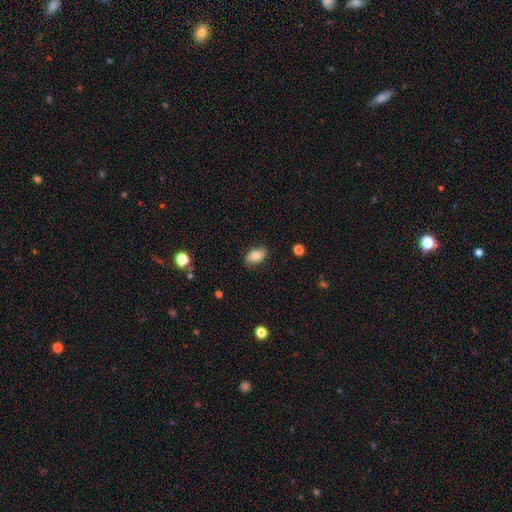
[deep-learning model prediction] Smooth or featured: smooth — 79% (featured or disk — 14%)
How rounded: in between — 90% (round — 7%)
Merging: none — 85% (minor disturbance — 11%)